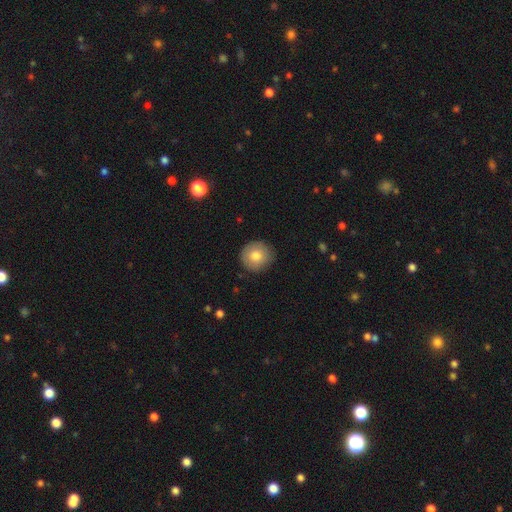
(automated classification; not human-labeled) smooth 78%, featured or disk 14%, star or artifact 8%. Down the decision tree: how rounded — round (91%); merging — none (87%).